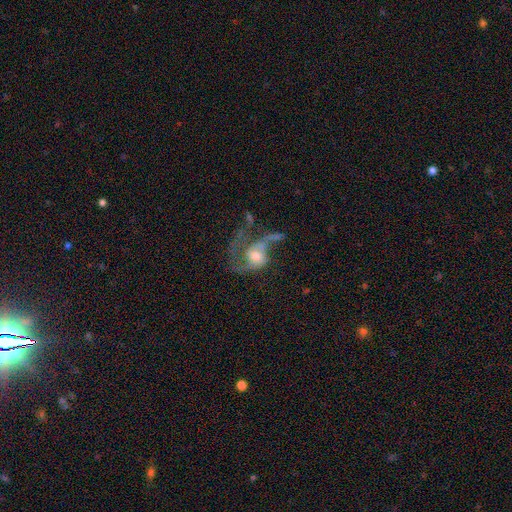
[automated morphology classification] This is likely a featured or disk galaxy (72%). It is clearly not viewed edge-on (97%). Bar: likely no (67%). Spiral arm pattern: clearly yes (81%). Spiral arm count: likely 2 (61%). Spiral winding: likely loose (62%). Central bulge: possibly moderate (60%). Merging: possibly major disturbance (49%).